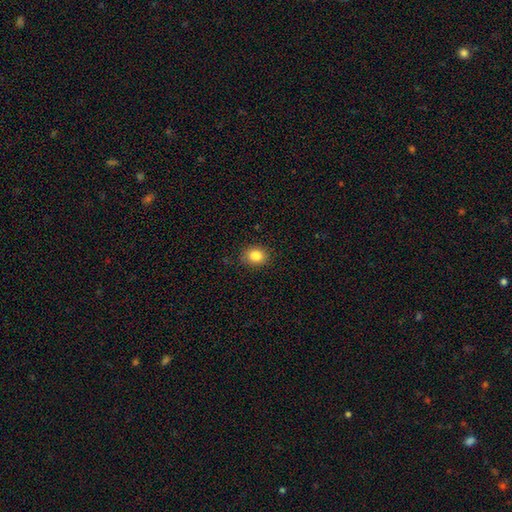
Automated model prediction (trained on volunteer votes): A smooth galaxy with no disk features (84%) that is round (58%). Merging: none (87%).